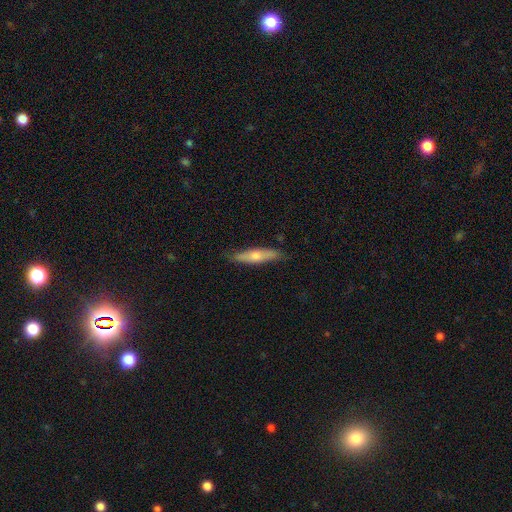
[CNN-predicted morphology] A smooth galaxy with no disk features (50%) that is cigar-shaped (83%). Merging: none (83%).